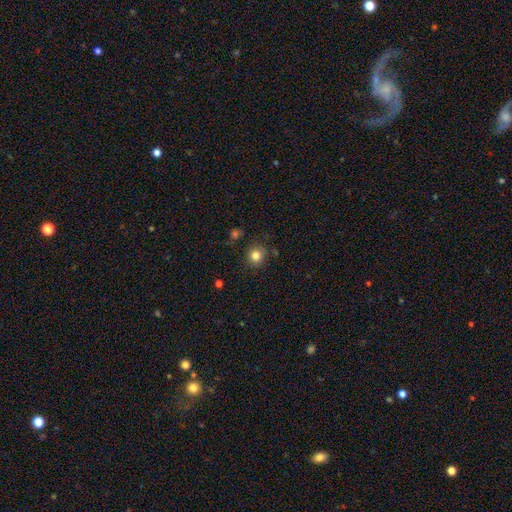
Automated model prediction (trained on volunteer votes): A smooth galaxy with no disk features (81%) that is round (89%).

Vote fractions:
- Smooth or featured? smooth: 81% / star or artifact: 12% / featured or disk: 6%
- How rounded? round: 89% / in between: 10% / cigar-shaped: 1%
- Merging? none: 84% / minor disturbance: 10% / major disturbance: 3% / merger: 3%